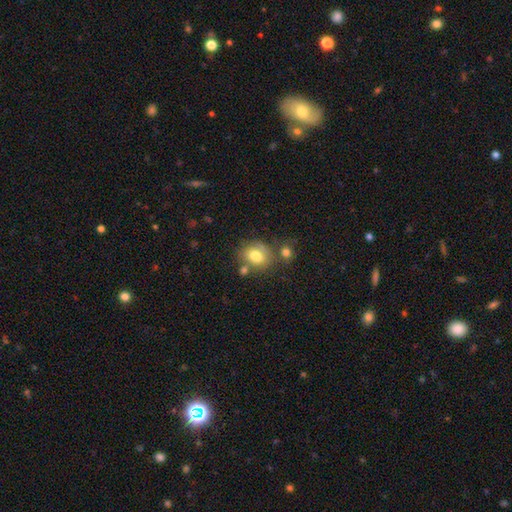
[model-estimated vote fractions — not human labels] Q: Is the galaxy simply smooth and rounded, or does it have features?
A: smooth — 75%.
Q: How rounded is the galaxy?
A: round — 55%.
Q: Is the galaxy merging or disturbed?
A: none — 60%.